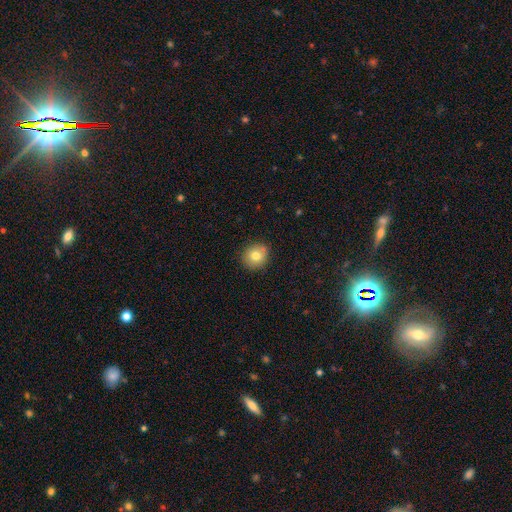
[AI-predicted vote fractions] This is likely a smooth galaxy (77%). How rounded: clearly round (83%). Merging: clearly none (86%).